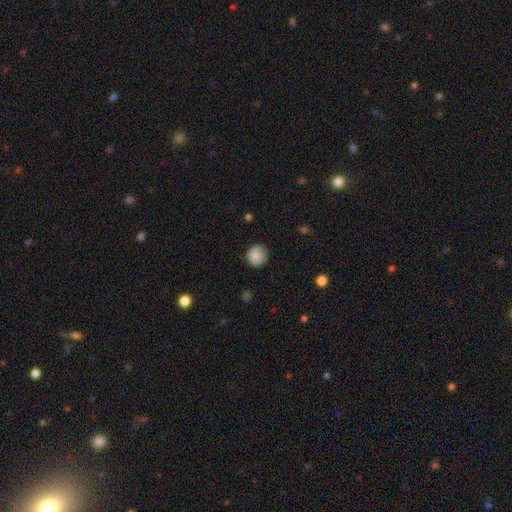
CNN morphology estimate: smooth_or_featured: smooth (p=0.83) [alt: featured or disk p=0.09]
how_rounded: round (p=0.90) [alt: in between p=0.09]
merging: none (p=0.80) [alt: minor disturbance p=0.16]